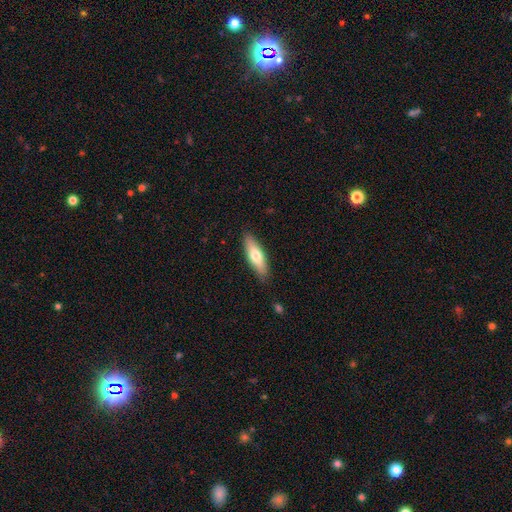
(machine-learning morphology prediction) A smooth galaxy with no disk features (65%) that is cigar-shaped (54%).

Vote fractions:
- Smooth or featured? smooth: 65% / featured or disk: 30% / star or artifact: 5%
- How rounded? cigar-shaped: 54% / in between: 44% / round: 2%
- Merging? none: 87% / minor disturbance: 10% / major disturbance: 2% / merger: 1%